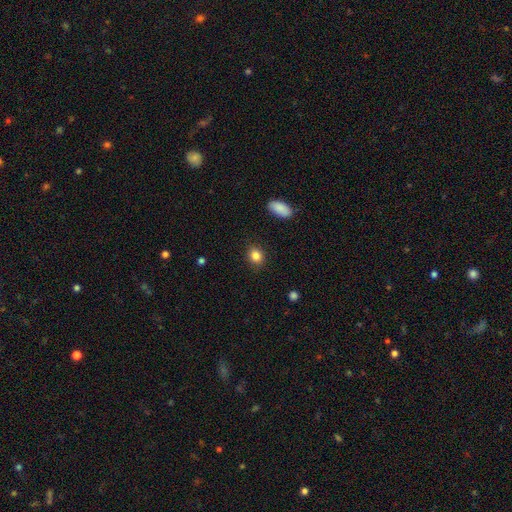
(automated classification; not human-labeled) This appears to be a smooth galaxy with no disk features (86%) that is round (62%). Merging: none (88%).